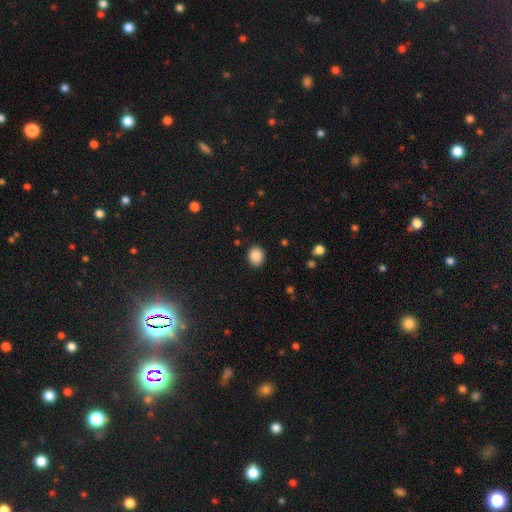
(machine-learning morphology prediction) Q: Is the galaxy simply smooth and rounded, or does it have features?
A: smooth — 88%.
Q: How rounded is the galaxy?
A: round — 63%.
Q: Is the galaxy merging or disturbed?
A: none — 87%.